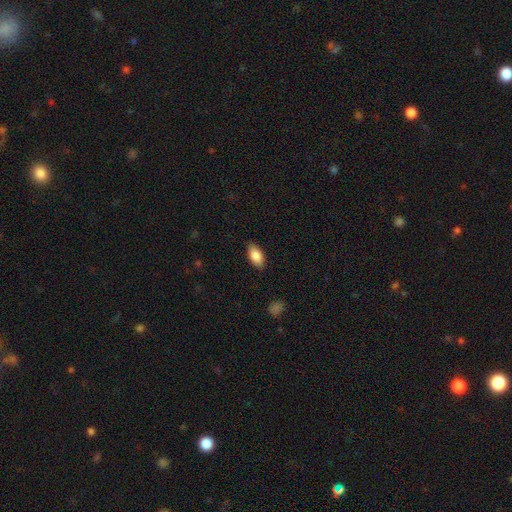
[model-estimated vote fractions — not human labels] smooth 86%, featured or disk 8%, star or artifact 7%. Down the decision tree: how rounded — in between (93%); merging — none (86%).